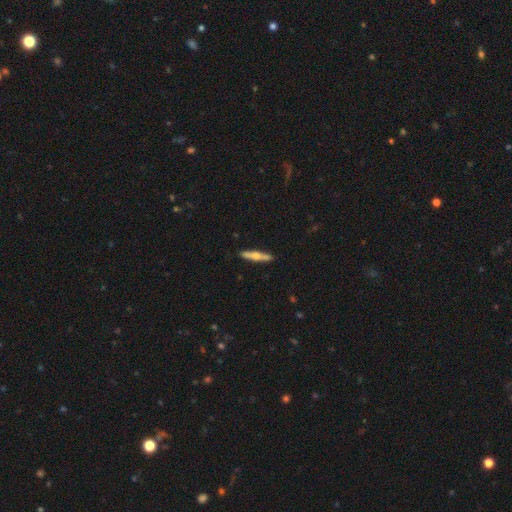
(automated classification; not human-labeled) Smooth or featured? featured or disk (51%)
Edge-on disk? yes (94%)
Merging? none (89%)